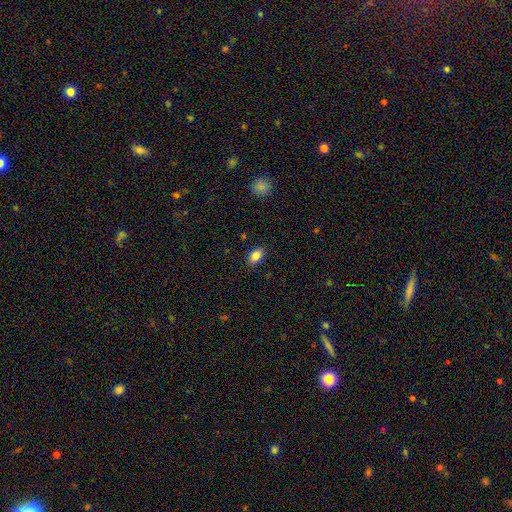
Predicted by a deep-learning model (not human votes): A smooth galaxy with no disk features (86%) that is in between round and cigar-shaped (88%).

Vote fractions:
- Smooth or featured? smooth: 86% / star or artifact: 9% / featured or disk: 5%
- How rounded? in between: 88% / round: 11% / cigar-shaped: 2%
- Merging? none: 87% / minor disturbance: 9% / major disturbance: 2% / merger: 1%